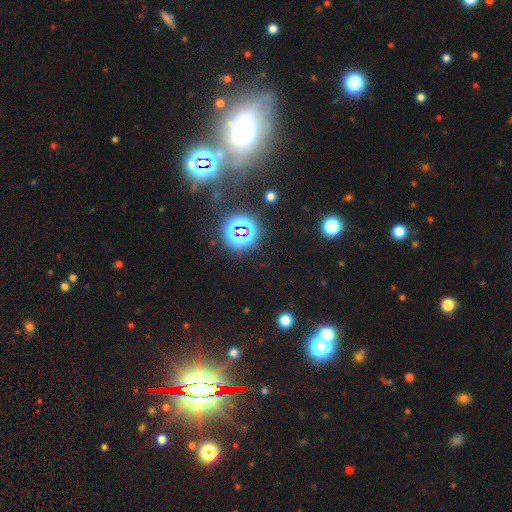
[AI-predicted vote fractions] Smooth or featured?
  - star or artifact: 69% *
  - smooth: 20%
  - featured or disk: 11%